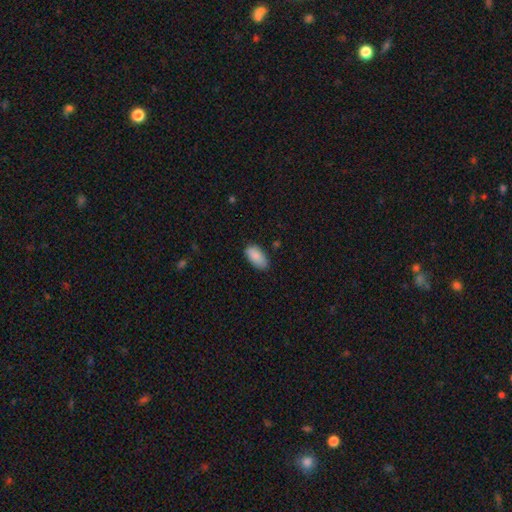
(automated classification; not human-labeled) This is clearly a smooth galaxy (88%). How rounded: clearly in between (93%). Merging: likely none (78%).